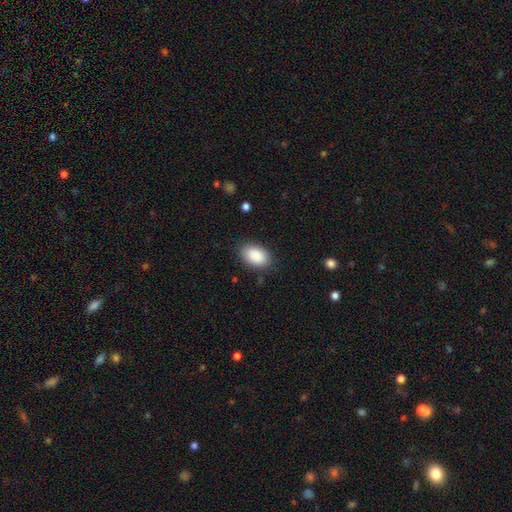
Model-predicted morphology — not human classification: smooth-or-featured: smooth: 90% | star or artifact: 6% | featured or disk: 4%
  how-rounded: in between: 91% | round: 7% | cigar-shaped: 1%
  merging: none: 85% | minor disturbance: 11% | major disturbance: 3% | merger: 1%